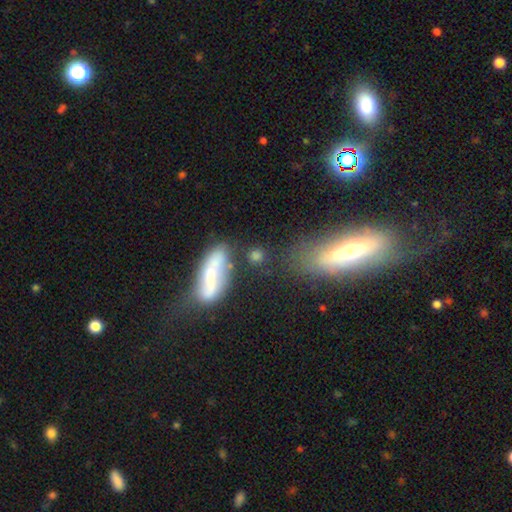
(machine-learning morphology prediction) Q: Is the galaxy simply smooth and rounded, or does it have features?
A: smooth — 71%.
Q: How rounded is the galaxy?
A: round — 49%.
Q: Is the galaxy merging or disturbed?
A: none — 59%.